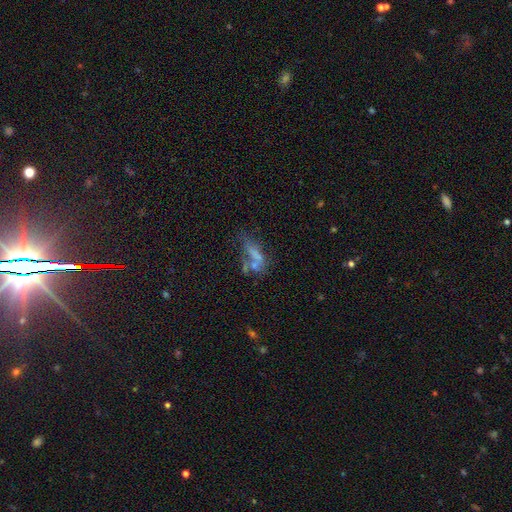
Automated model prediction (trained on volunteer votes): This is possibly a smooth galaxy (47%). Merging: marginally merger (34%).